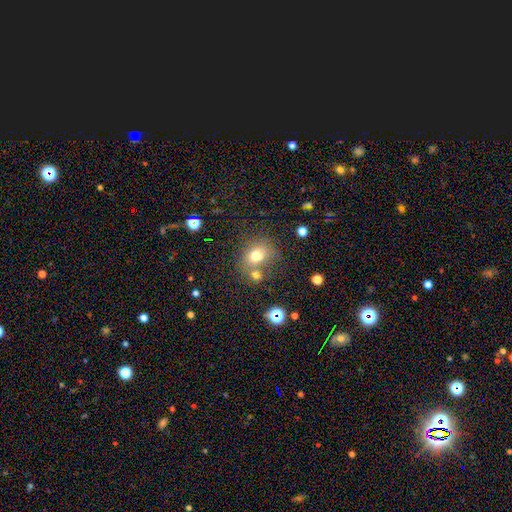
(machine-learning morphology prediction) Overall: smooth (72%). How rounded: round (58%; in between 41%). Merging: none (50%; merger 29%).